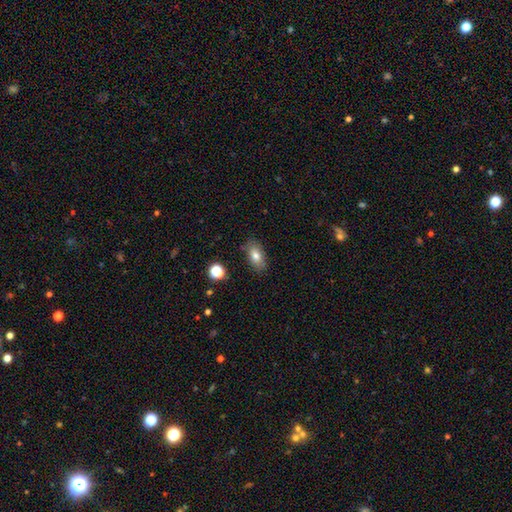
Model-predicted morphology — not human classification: smooth 77%, featured or disk 13%, star or artifact 9%. Down the decision tree: how rounded — in between (88%); merging — none (81%).